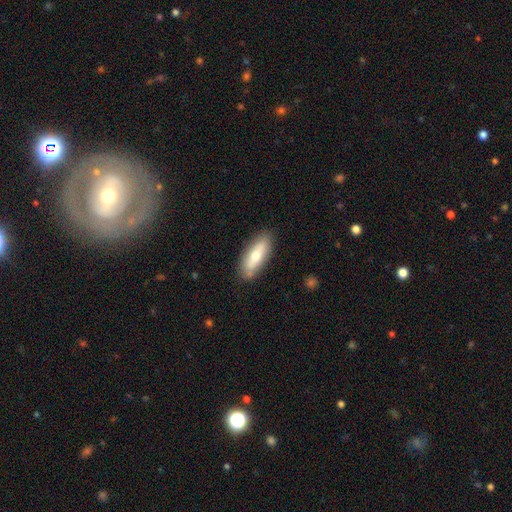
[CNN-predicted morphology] Q: Smooth or featured?
A: smooth (62%); runner-up: featured or disk (32%)
Q: How rounded?
A: in between (68%); runner-up: cigar-shaped (30%)
Q: Merging?
A: none (82%); runner-up: minor disturbance (13%)